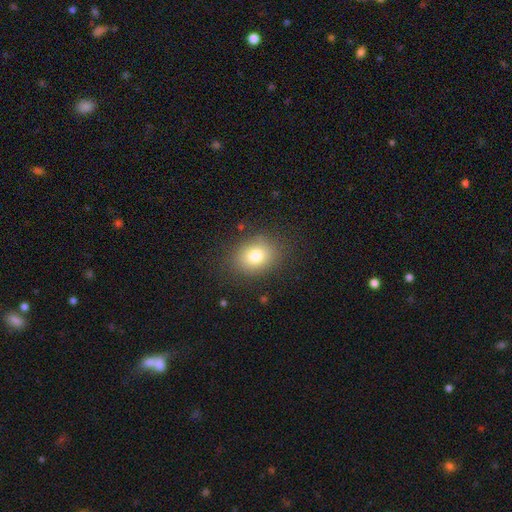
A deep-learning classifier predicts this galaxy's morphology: Smooth or featured? Predicted: smooth (p=0.78). How rounded? Predicted: round (p=0.51). Merging? Predicted: none (p=0.86).